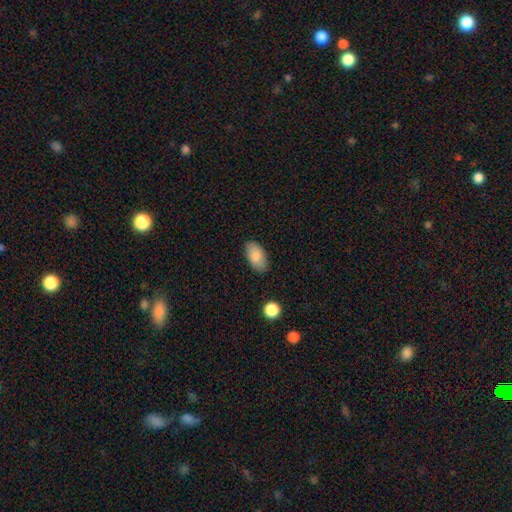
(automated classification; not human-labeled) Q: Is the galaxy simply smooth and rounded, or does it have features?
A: smooth — 86%.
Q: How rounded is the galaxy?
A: in between — 94%.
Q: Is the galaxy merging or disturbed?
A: none — 85%.